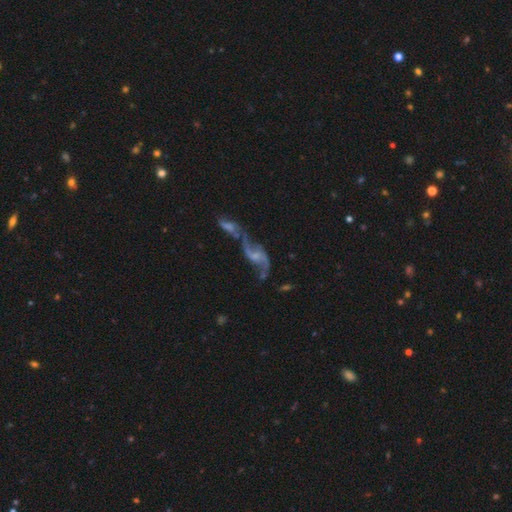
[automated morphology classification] Smooth or featured? featured or disk (81%)
Edge-on disk? no (93%)
Bar? no (47%)
Spiral arms? yes (90%)
Spiral winding? loose (84%)
Spiral arm count? 2 (88%)
Bulge size? small (43%)
Merging? merger (50%)